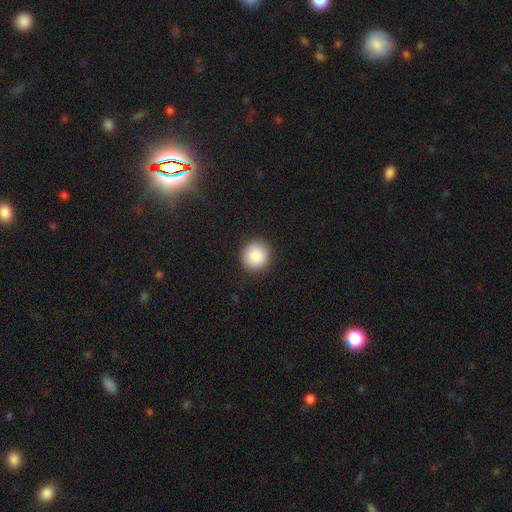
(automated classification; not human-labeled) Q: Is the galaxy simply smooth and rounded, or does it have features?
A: smooth — 89%.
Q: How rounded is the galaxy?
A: round — 95%.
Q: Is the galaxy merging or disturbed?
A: none — 92%.